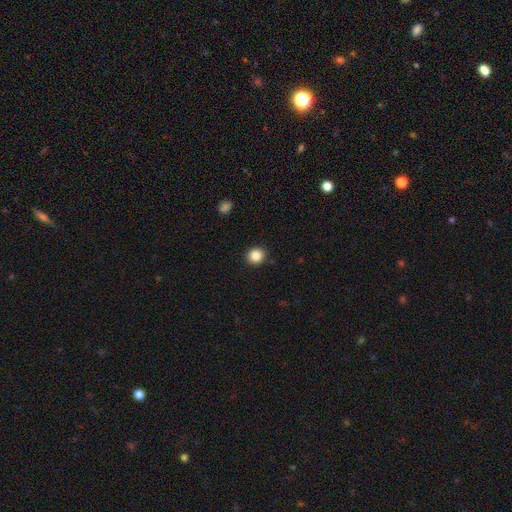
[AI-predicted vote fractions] Morphology: type=smooth (86%); roundness=round (86%); merging=none (91%).